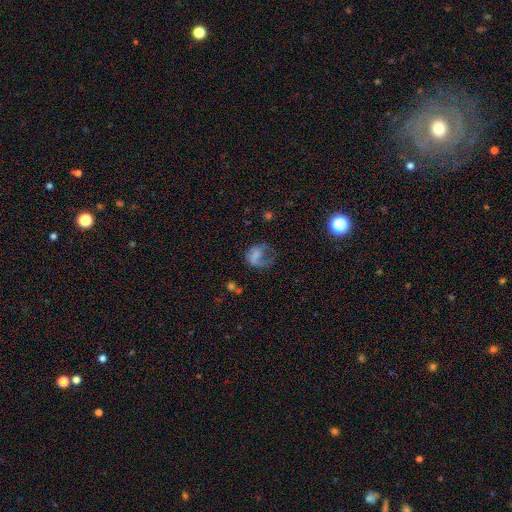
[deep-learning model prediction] The model was most divided on "how rounded": in between: 51%, round: 48%, cigar-shaped: 1%. Remaining: smooth or featured — smooth (51%); merging — major disturbance (50%).